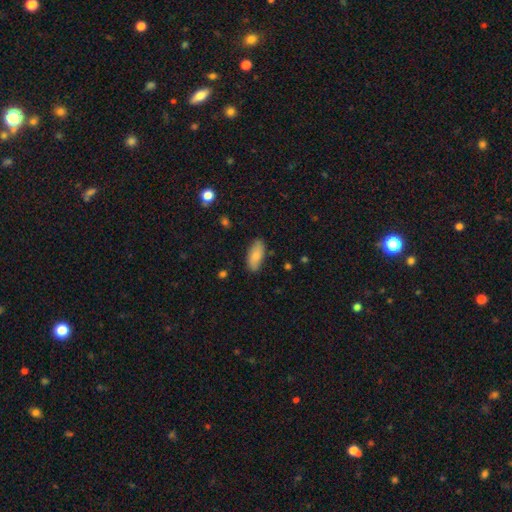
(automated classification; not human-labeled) Q: Smooth or featured?
A: smooth (79%); runner-up: featured or disk (15%)
Q: How rounded?
A: in between (86%); runner-up: cigar-shaped (12%)
Q: Merging?
A: none (83%); runner-up: minor disturbance (13%)